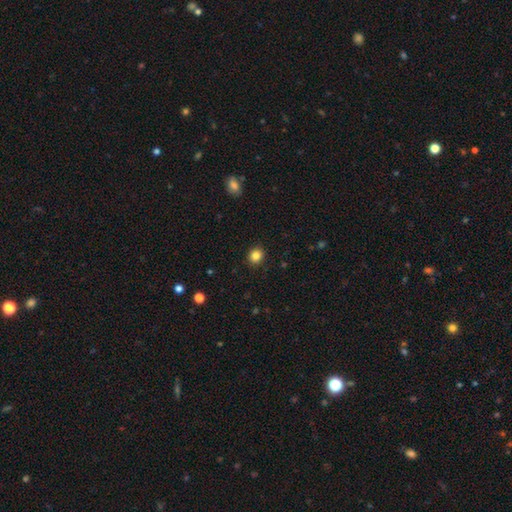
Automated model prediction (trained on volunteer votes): Morphology: type=smooth (85%); roundness=round (79%); merging=none (91%).